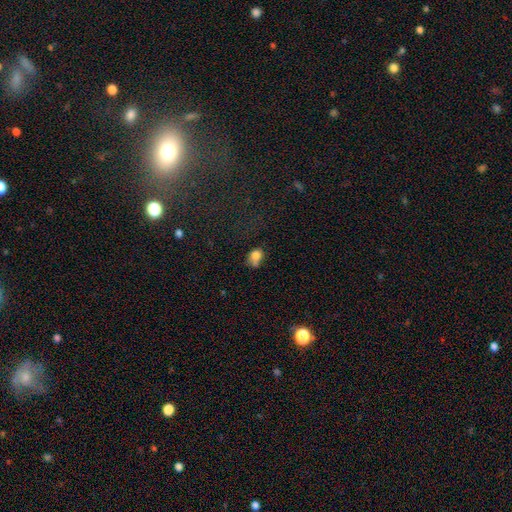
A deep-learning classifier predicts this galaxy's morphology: smooth-or-featured: smooth: 76% | featured or disk: 13% | star or artifact: 12%
  how-rounded: in between: 61% | round: 38% | cigar-shaped: 2%
  merging: none: 33% | minor disturbance: 31% | merger: 18% | major disturbance: 18%